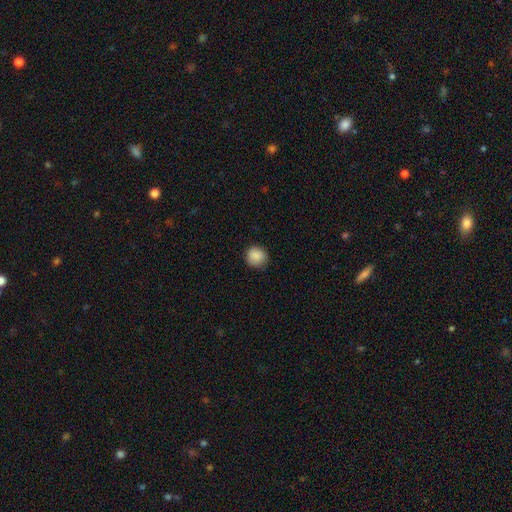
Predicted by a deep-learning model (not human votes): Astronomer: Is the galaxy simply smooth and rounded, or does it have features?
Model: smooth — 88%.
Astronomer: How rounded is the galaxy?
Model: round — 88%.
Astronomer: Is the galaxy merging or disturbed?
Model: none — 80%.